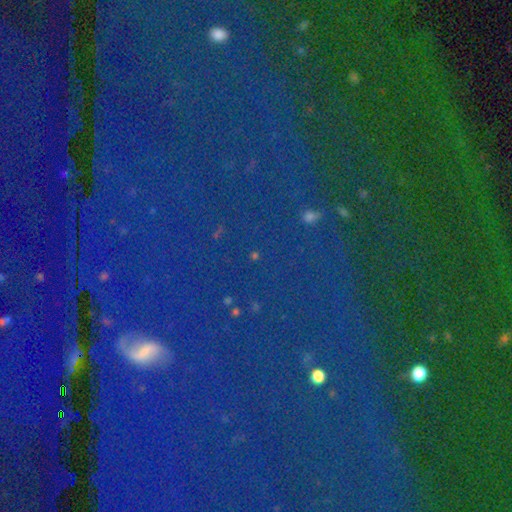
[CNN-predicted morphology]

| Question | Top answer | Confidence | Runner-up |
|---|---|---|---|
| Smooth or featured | star or artifact | 81% | smooth (11%) |